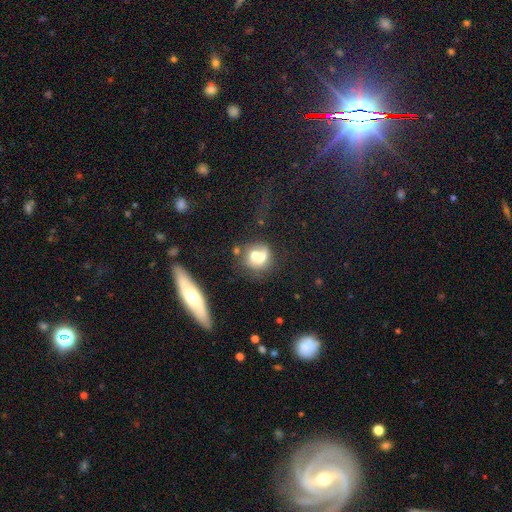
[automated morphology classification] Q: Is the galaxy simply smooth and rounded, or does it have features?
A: smooth — 57%.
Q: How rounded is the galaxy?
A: round — 70%.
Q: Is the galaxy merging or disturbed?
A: merger — 37%.